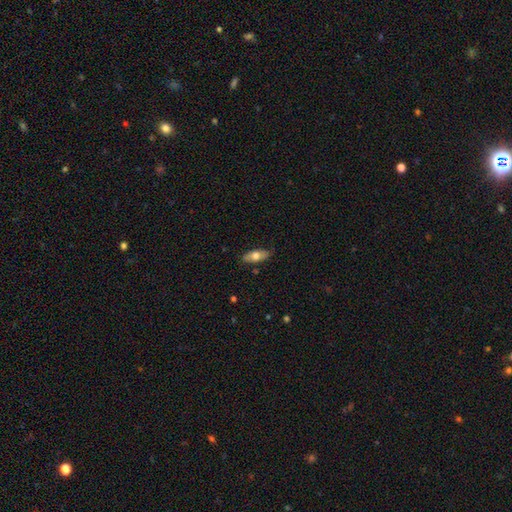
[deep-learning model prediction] Q: Smooth or featured?
A: smooth (64%); runner-up: featured or disk (30%)
Q: How rounded?
A: in between (74%); runner-up: cigar-shaped (23%)
Q: Merging?
A: none (85%); runner-up: minor disturbance (12%)